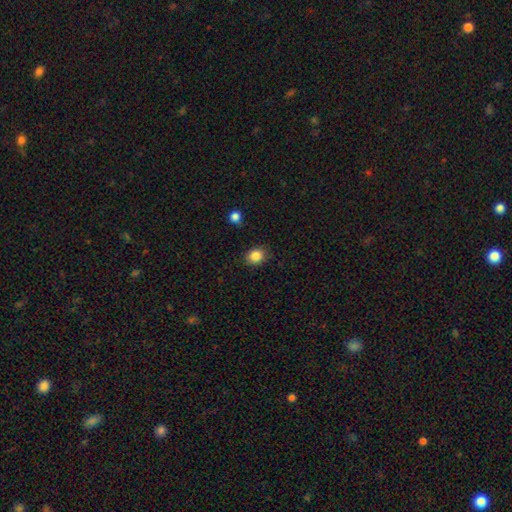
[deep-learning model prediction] Smooth or featured: smooth — 86% (star or artifact — 10%)
How rounded: round — 63% (in between — 36%)
Merging: none — 86% (minor disturbance — 10%)